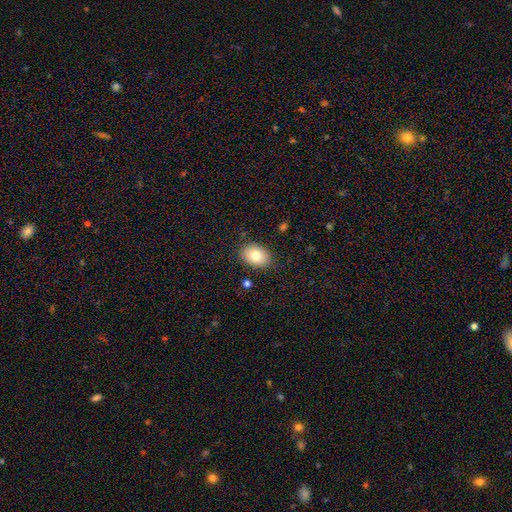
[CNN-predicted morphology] Smooth or featured: smooth — 80% (featured or disk — 12%)
How rounded: in between — 78% (round — 21%)
Merging: none — 86% (minor disturbance — 10%)